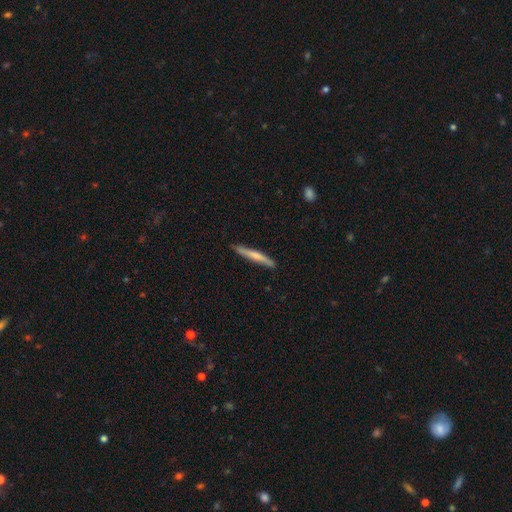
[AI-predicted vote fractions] Smooth or featured: smooth — 58% (featured or disk — 37%)
How rounded: cigar-shaped — 96% (in between — 3%)
Merging: none — 87% (minor disturbance — 10%)